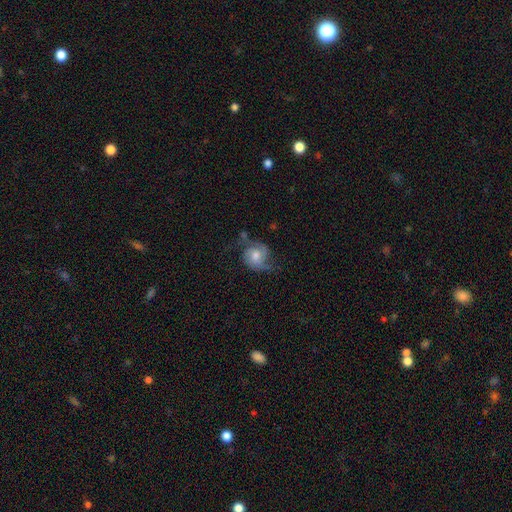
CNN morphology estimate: smooth_or_featured: featured or disk (p=0.63) [alt: smooth p=0.29]
disk_edge_on: no (p=0.97) [alt: yes p=0.03]
bar: no (p=0.65) [alt: weak p=0.30]
has_spiral_arms: yes (p=0.91) [alt: no p=0.09]
spiral_winding: medium (p=0.44) [alt: loose p=0.34]
spiral_arm_count: 2 (p=0.76) [alt: can't tell p=0.09]
bulge_size: moderate (p=0.60) [alt: small p=0.24]
merging: none (p=0.53) [alt: minor disturbance p=0.25]